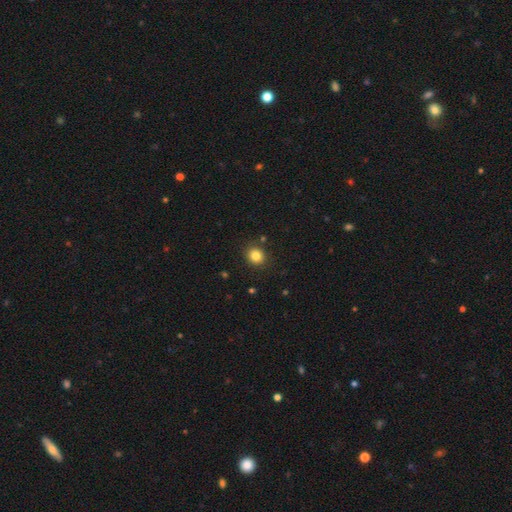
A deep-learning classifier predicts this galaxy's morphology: smooth_or_featured: smooth (p=0.83) [alt: star or artifact p=0.11]
how_rounded: round (p=0.81) [alt: in between p=0.18]
merging: none (p=0.87) [alt: minor disturbance p=0.08]